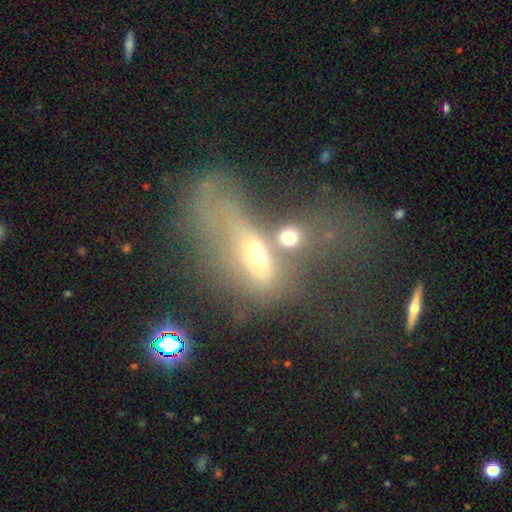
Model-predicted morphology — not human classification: Overall: smooth (42%, tied with featured or disk). Merging: merger (43%; major disturbance 36%).